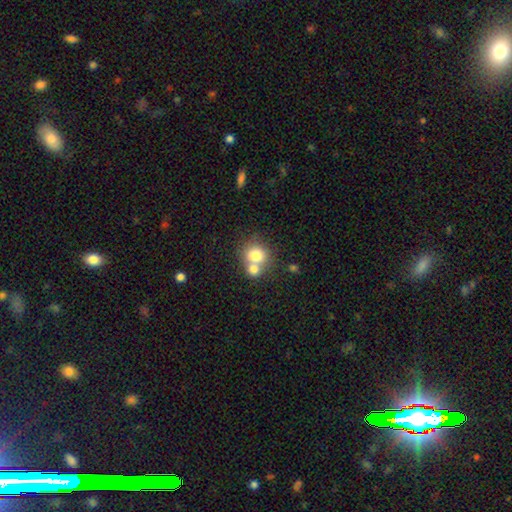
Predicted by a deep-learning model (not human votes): Smooth or featured? smooth (76%)
How rounded? round (77%)
Merging? merger (52%)